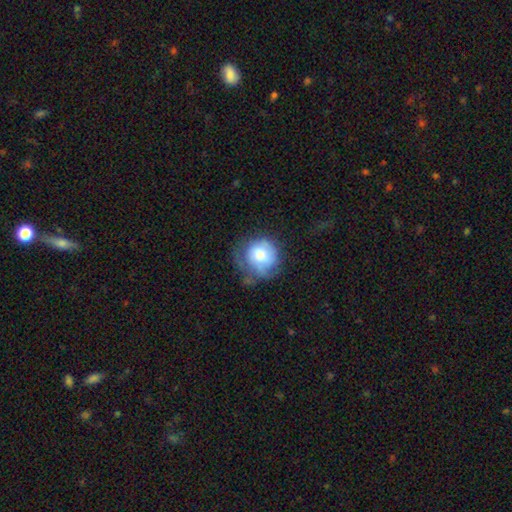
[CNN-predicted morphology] Smooth or featured? Predicted: smooth (p=0.59). How rounded? Predicted: round (p=0.84). Merging? Predicted: none (p=0.47).